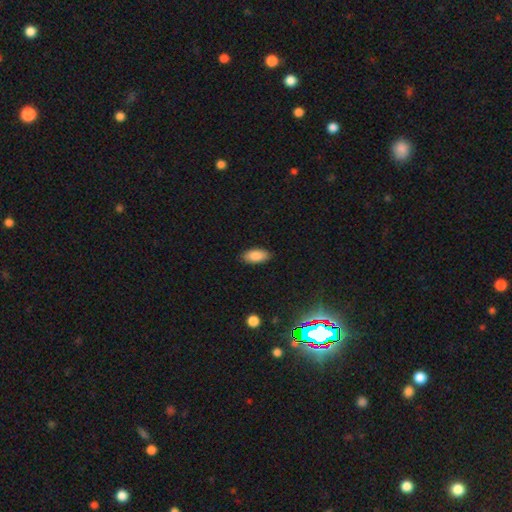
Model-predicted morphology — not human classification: smooth-or-featured: smooth: 86% | star or artifact: 8% | featured or disk: 6%
  how-rounded: in between: 91% | cigar-shaped: 6% | round: 3%
  merging: none: 87% | minor disturbance: 10% | major disturbance: 2% | merger: 1%